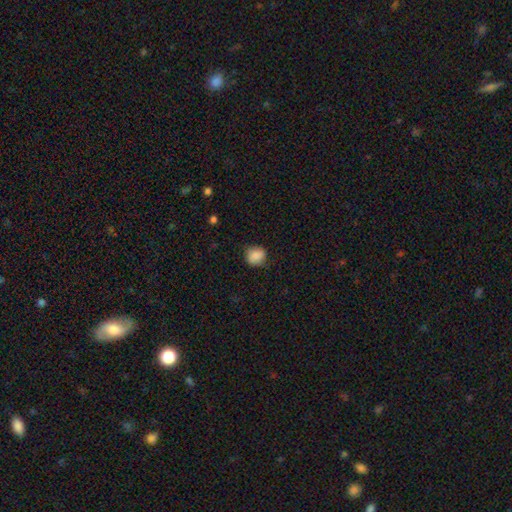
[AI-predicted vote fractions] A smooth galaxy with no disk features (86%) that is round (79%).

Vote fractions:
- Smooth or featured? smooth: 86% / star or artifact: 8% / featured or disk: 6%
- How rounded? round: 79% / in between: 20% / cigar-shaped: 1%
- Merging? none: 79% / minor disturbance: 16% / major disturbance: 4% / merger: 1%